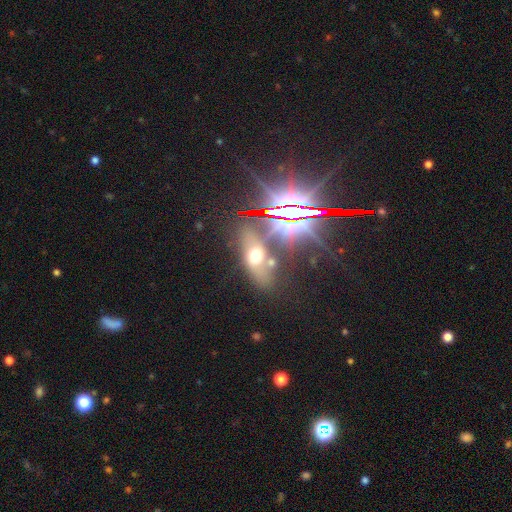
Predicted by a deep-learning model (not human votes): This is possibly a smooth galaxy (46%). Merging: possibly none (57%).